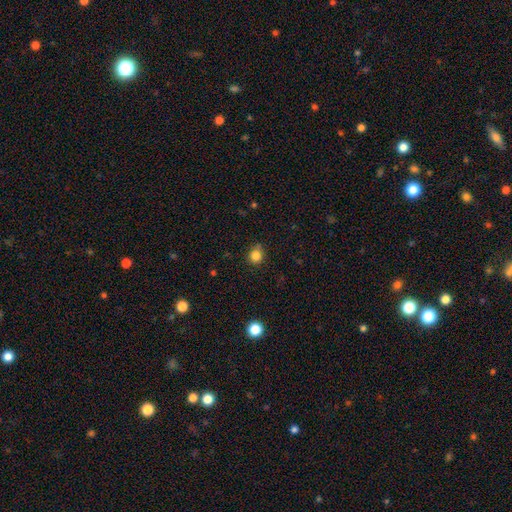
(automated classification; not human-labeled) The model was most divided on "merging": none: 77%, minor disturbance: 18%, major disturbance: 3%, merger: 2%. More confident: smooth or featured — smooth (83%); how rounded — round (82%).